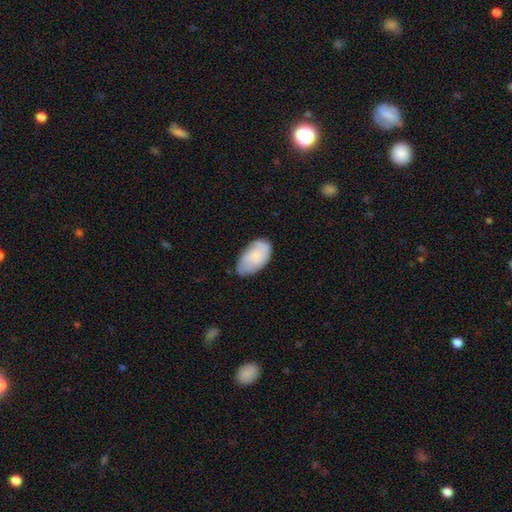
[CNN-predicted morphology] smooth_or_featured: smooth (p=0.68) [alt: featured or disk p=0.26]
how_rounded: in between (p=0.95) [alt: round p=0.04]
merging: none (p=0.63) [alt: minor disturbance p=0.30]